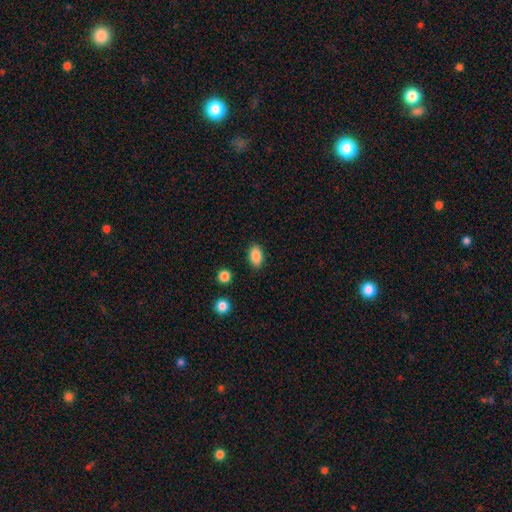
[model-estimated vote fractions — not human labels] Overall: smooth (88%). How rounded: in between (89%). Merging: none (87%).